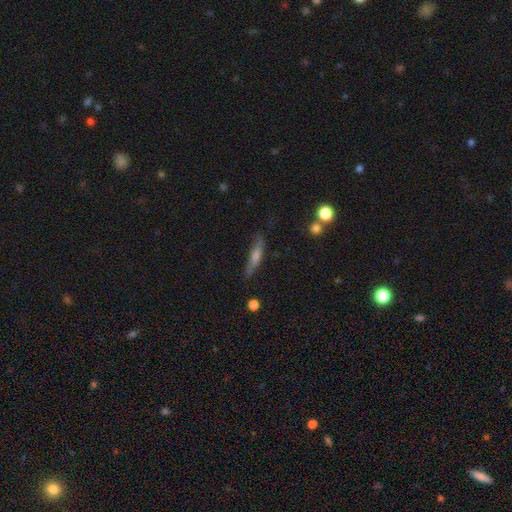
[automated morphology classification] type=featured or disk (47%); merging=none (74%).